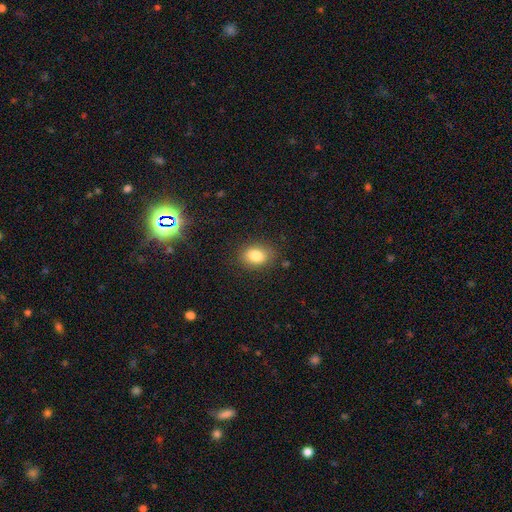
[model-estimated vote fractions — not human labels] Overall: smooth (83%). How rounded: in between (68%; round 31%). Merging: none (83%).